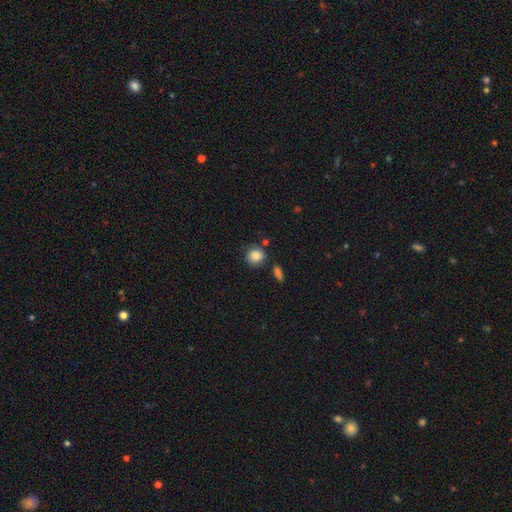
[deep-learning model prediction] Smooth or featured: smooth — 85% (star or artifact — 9%)
How rounded: round — 82% (in between — 17%)
Merging: none — 72% (minor disturbance — 17%)